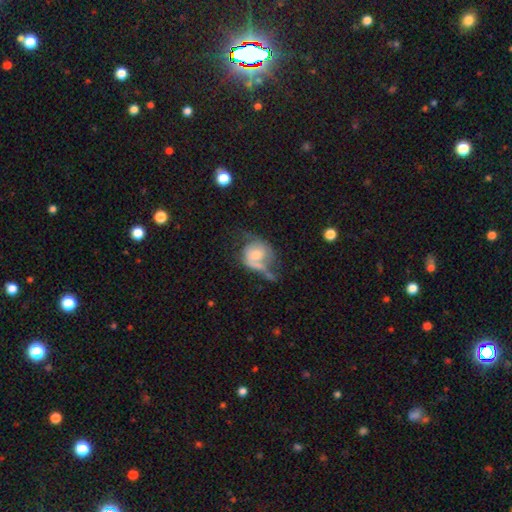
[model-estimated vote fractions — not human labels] smooth_or_featured: featured or disk (p=0.52) [alt: smooth p=0.41]
disk_edge_on: no (p=0.95) [alt: yes p=0.05]
merging: major disturbance (p=0.33) [alt: none p=0.27]